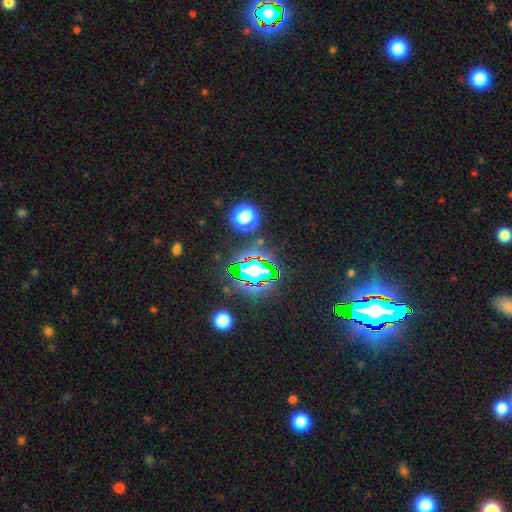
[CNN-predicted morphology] Smooth or featured? Predicted: star or artifact (p=0.83).